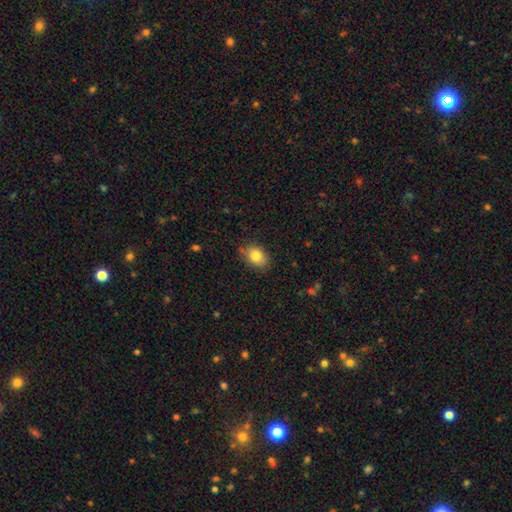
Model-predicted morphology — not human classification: type=smooth (82%); roundness=in between (74%); merging=none (74%).